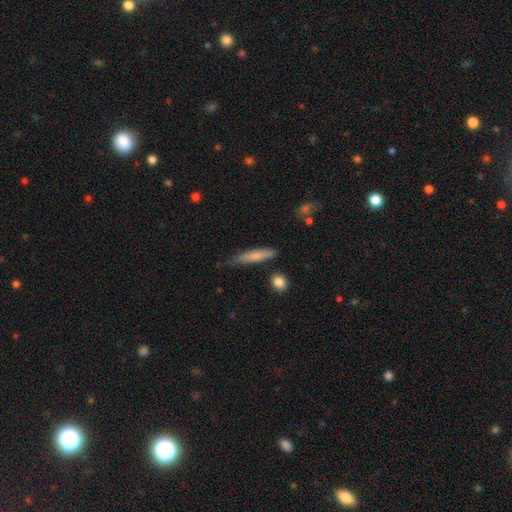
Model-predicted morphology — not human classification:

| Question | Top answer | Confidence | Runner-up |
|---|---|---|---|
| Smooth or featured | smooth | 74% | featured or disk (19%) |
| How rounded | cigar-shaped | 87% | in between (11%) |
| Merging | none | 71% | minor disturbance (22%) |